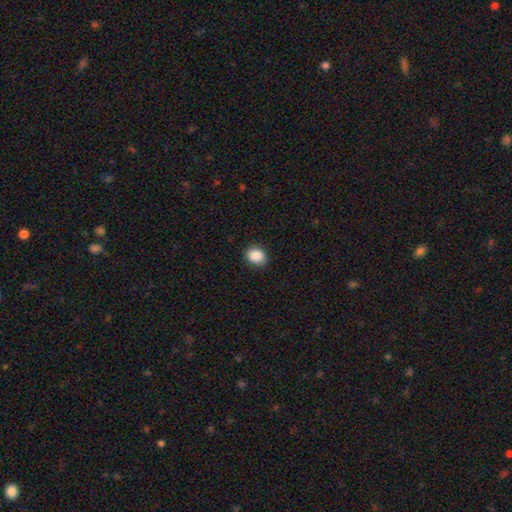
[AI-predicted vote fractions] A smooth galaxy with no disk features (88%) that is round (61%).

Vote fractions:
- Smooth or featured? smooth: 88% / star or artifact: 8% / featured or disk: 3%
- How rounded? round: 61% / in between: 38% / cigar-shaped: 1%
- Merging? none: 88% / minor disturbance: 9% / major disturbance: 2% / merger: 1%